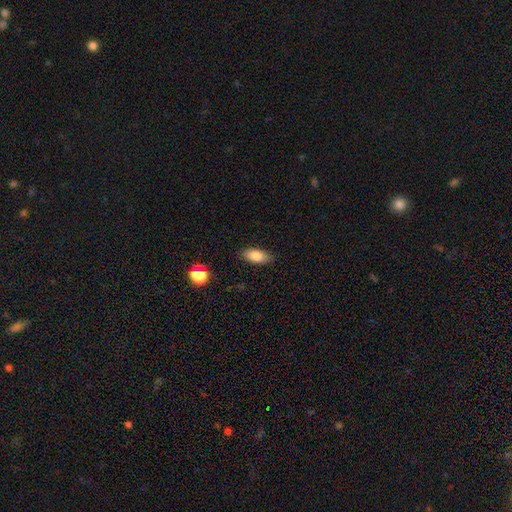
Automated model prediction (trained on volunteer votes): A smooth galaxy with no disk features (84%) that is in between round and cigar-shaped (88%). Merging: none (85%).